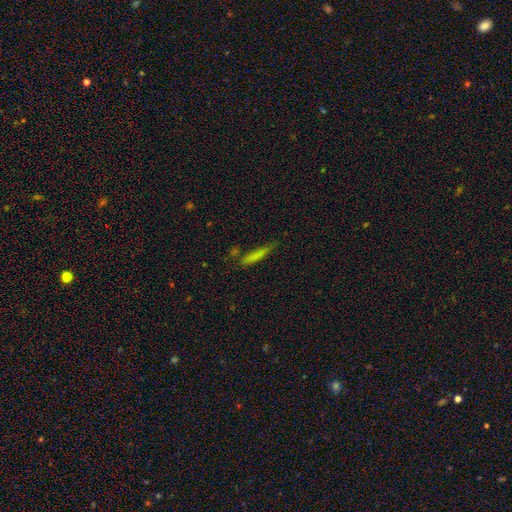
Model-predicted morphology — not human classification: Overall: smooth (75%). How rounded: cigar-shaped (90%). Merging: none (72%).